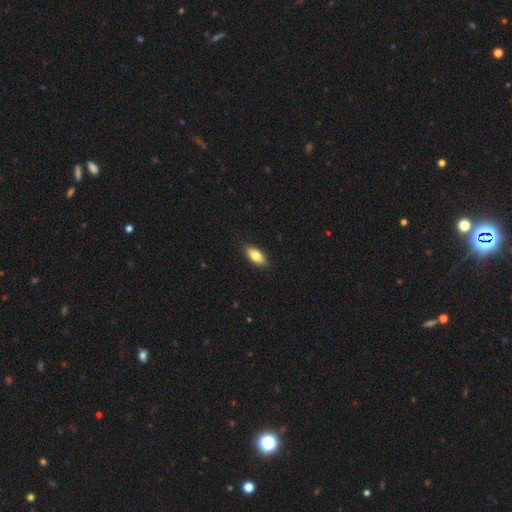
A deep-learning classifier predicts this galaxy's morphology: type=smooth (77%); roundness=in between (86%); merging=none (89%).